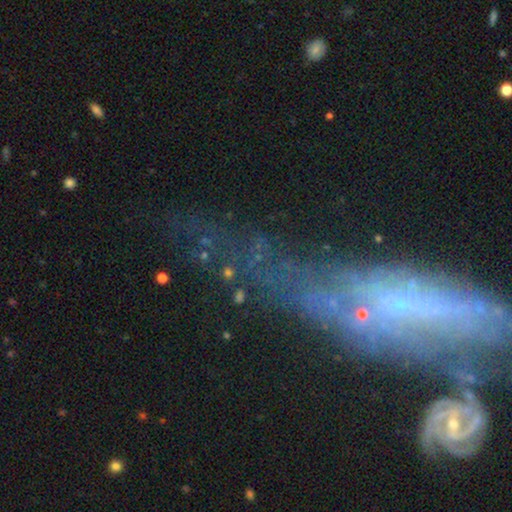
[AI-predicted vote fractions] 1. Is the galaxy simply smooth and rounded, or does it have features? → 39% star or artifact, 37% featured or disk, 23% smooth.